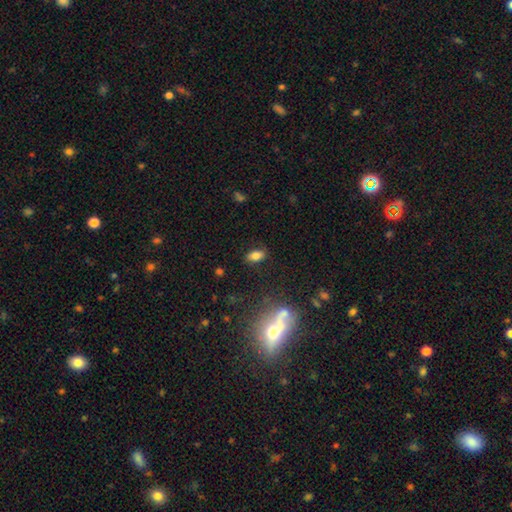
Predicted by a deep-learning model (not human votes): smooth 78%, star or artifact 12%, featured or disk 10%. Down the decision tree: how rounded — in between (89%); merging — none (85%).